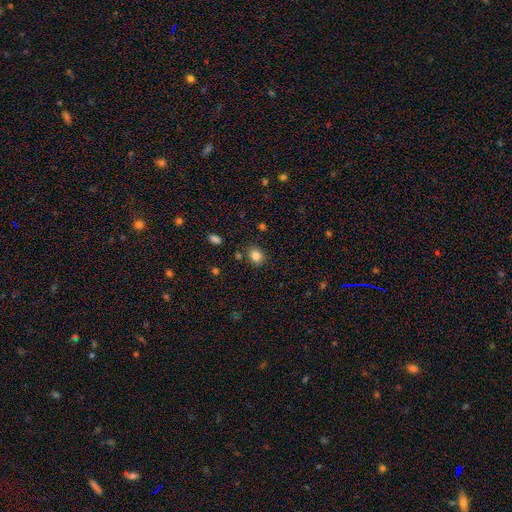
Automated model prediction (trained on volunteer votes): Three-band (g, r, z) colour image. It shows a smooth galaxy with no disk features (84%) that is round (62%). Merging: none (83%).